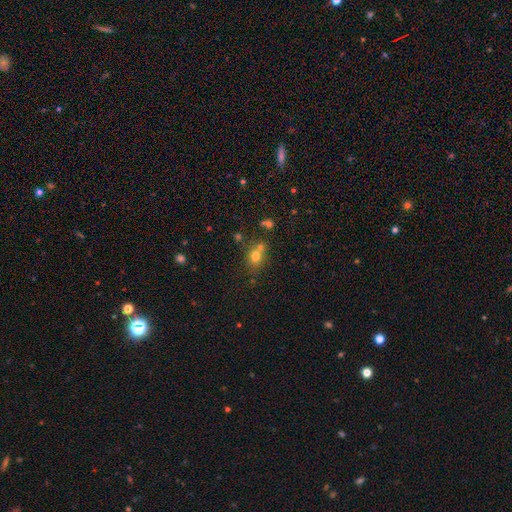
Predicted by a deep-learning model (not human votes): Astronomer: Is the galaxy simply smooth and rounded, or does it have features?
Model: smooth — 73%.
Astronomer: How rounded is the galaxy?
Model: round — 63%.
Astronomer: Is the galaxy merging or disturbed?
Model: none — 51% (runner-up: merger, 33%).